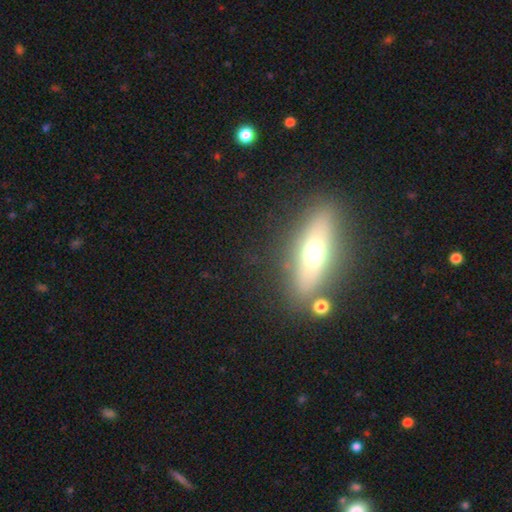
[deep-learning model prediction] This appears to be a featured or disk galaxy (49%). Merging: none (82%).